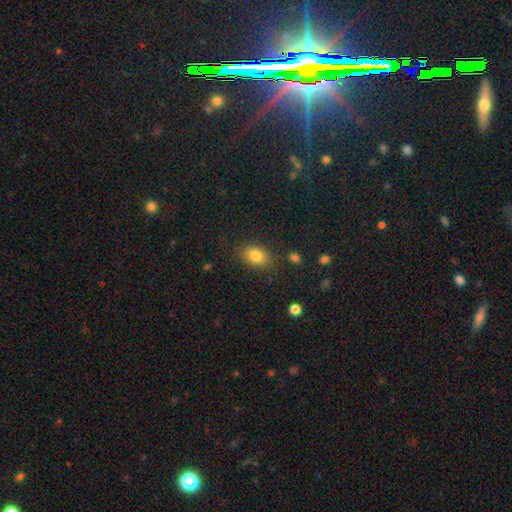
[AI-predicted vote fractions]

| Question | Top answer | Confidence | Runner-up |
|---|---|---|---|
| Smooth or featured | smooth | 83% | star or artifact (10%) |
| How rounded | in between | 69% | round (30%) |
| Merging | none | 80% | minor disturbance (13%) |